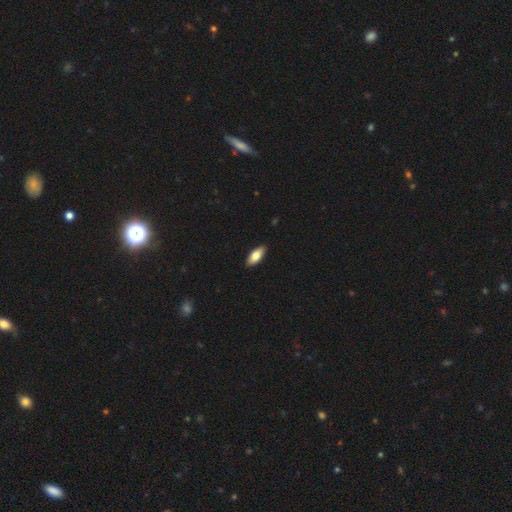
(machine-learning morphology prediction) Smooth or featured: smooth — 80% (featured or disk — 14%)
How rounded: in between — 83% (cigar-shaped — 15%)
Merging: none — 88% (minor disturbance — 9%)